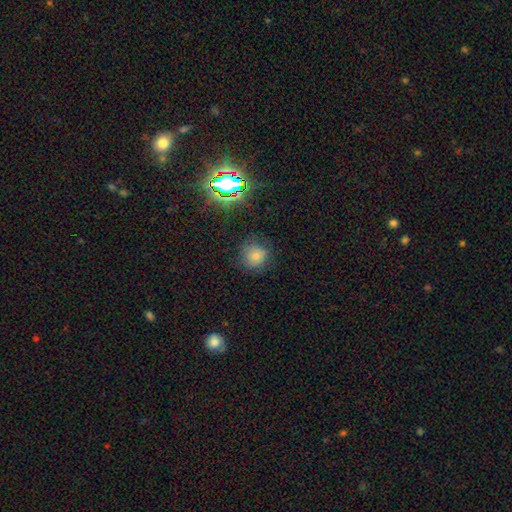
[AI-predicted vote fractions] This is likely a smooth galaxy (74%). How rounded: clearly round (88%). Merging: likely none (78%).